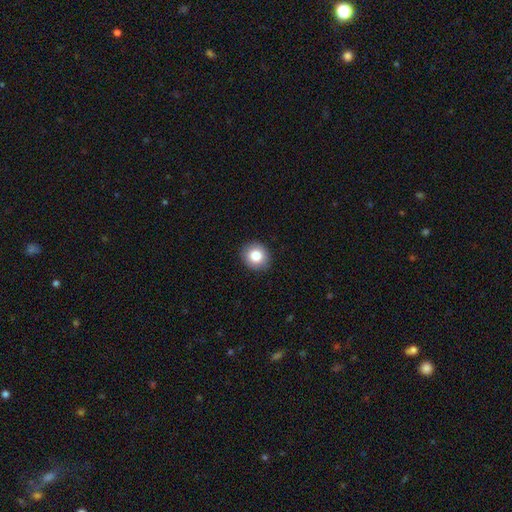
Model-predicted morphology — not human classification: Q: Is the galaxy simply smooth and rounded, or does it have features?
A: smooth — 83%.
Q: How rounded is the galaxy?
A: round — 78%.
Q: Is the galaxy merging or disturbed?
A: none — 90%.